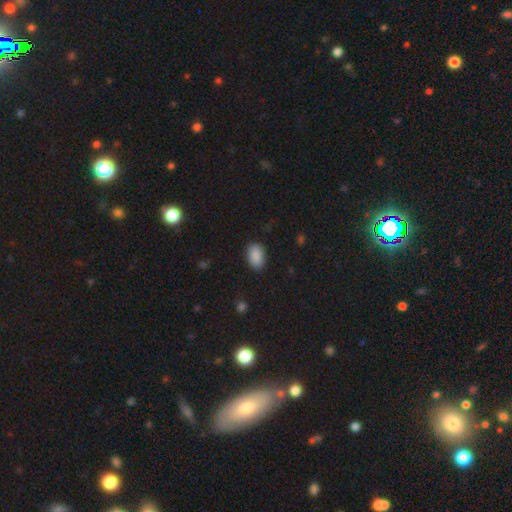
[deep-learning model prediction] This appears to be a smooth galaxy with no disk features (90%) that is in between round and cigar-shaped (90%). Merging: none (86%).